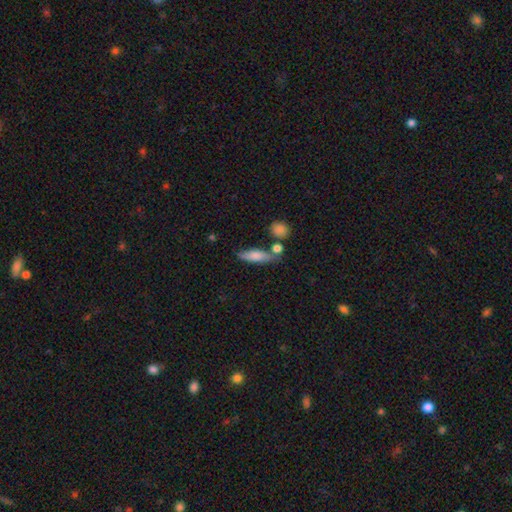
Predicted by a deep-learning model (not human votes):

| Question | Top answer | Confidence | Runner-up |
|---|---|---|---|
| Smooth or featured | smooth | 72% | featured or disk (21%) |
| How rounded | cigar-shaped | 48% | in between (47%) |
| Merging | none | 62% | minor disturbance (18%) |